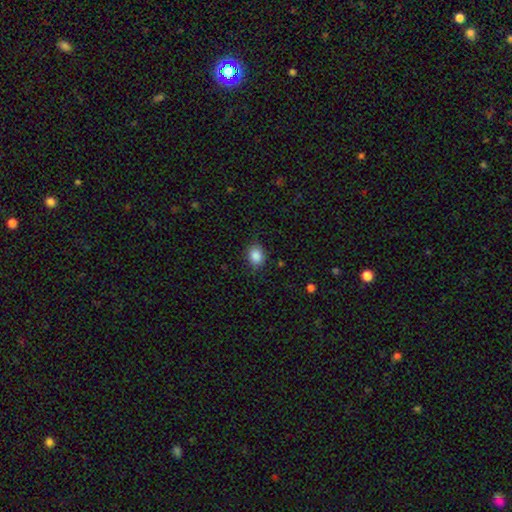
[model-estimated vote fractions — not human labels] Smooth or featured: smooth — 87% (star or artifact — 9%)
How rounded: round — 50% (in between — 49%)
Merging: none — 84% (minor disturbance — 12%)